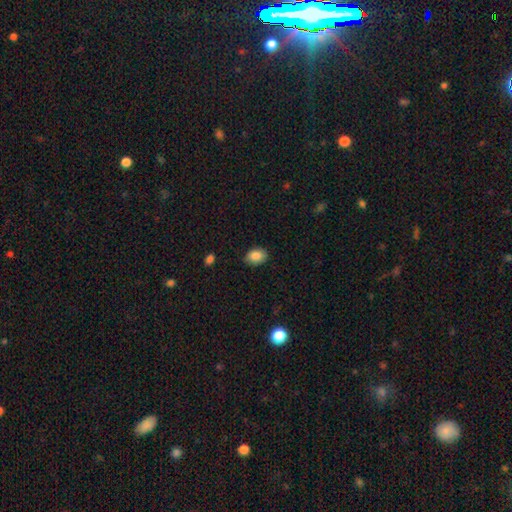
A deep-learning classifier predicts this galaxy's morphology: A smooth galaxy with no disk features (85%) that is in between round and cigar-shaped (77%).

Vote fractions:
- Smooth or featured? smooth: 85% / star or artifact: 8% / featured or disk: 7%
- How rounded? in between: 77% / round: 22% / cigar-shaped: 1%
- Merging? none: 83% / minor disturbance: 13% / major disturbance: 2% / merger: 1%